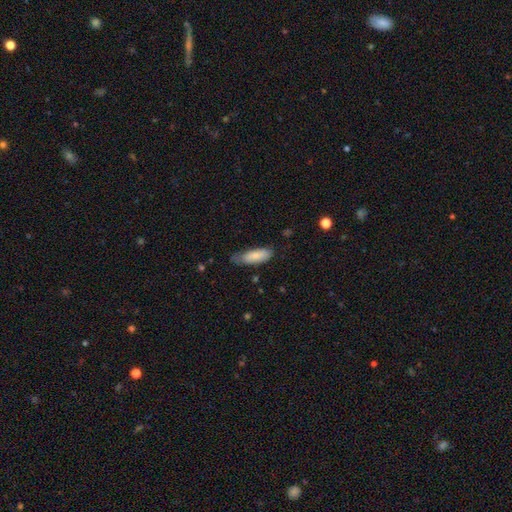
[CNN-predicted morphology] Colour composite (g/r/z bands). It shows a smooth galaxy with no disk features (79%) that is in between round and cigar-shaped (70%). Merging: none (51%).